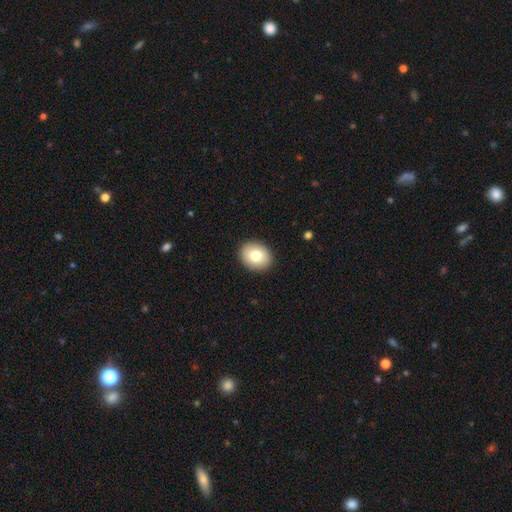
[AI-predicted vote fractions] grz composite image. It shows a smooth galaxy with no disk features (78%) that is round (52%). Merging: none (91%).